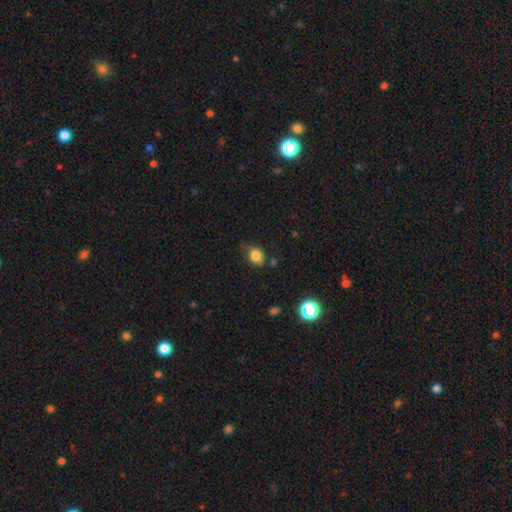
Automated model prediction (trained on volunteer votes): The model was most divided on "how rounded": in between: 63%, round: 36%, cigar-shaped: 2%. More confident: smooth or featured — smooth (80%); merging — none (58%).